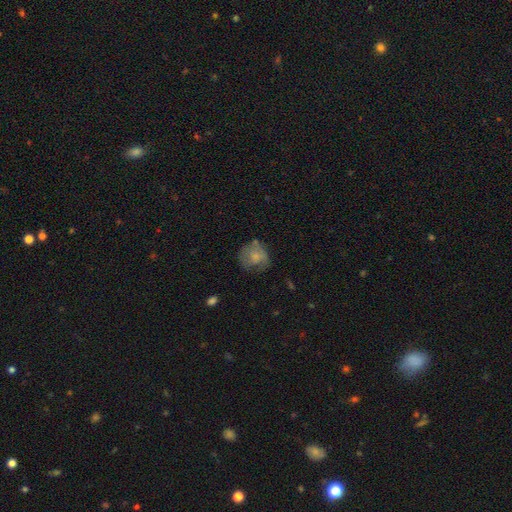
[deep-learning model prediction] This is likely a smooth galaxy (62%). How rounded: likely round (78%). Merging: possibly none (50%).